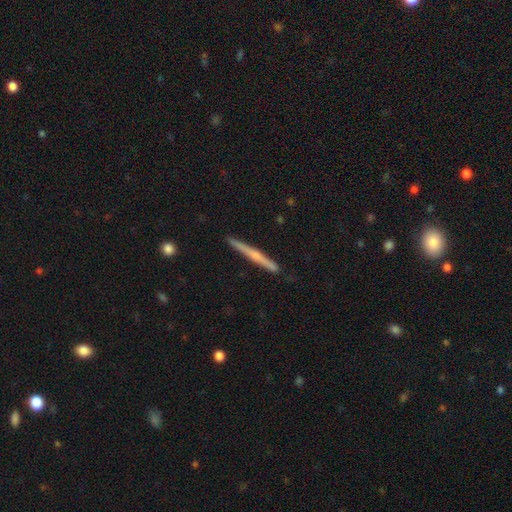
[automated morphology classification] Smooth or featured?
  - featured or disk: 60% *
  - smooth: 35%
  - star or artifact: 6%
Edge-on disk?
  - yes: 98% *
  - no: 2%
Edge-on bulge?
  - rounded: 52% *
  - none: 41%
  - boxy: 7%
Merging?
  - none: 90% *
  - minor disturbance: 7%
  - major disturbance: 1%
  - merger: 1%